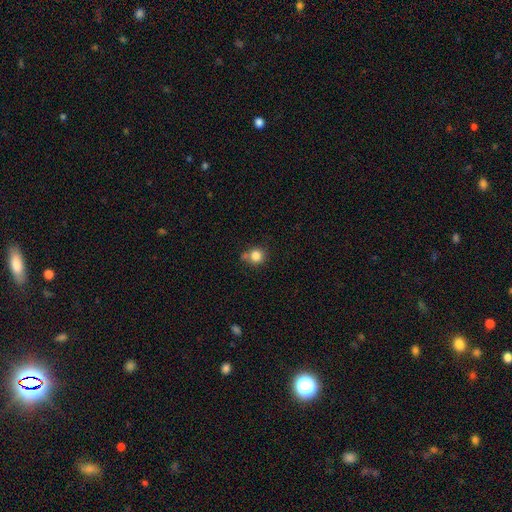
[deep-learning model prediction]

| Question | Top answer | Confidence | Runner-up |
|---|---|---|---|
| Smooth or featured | smooth | 83% | star or artifact (11%) |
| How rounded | round | 89% | in between (10%) |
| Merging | none | 63% | merger (17%) |